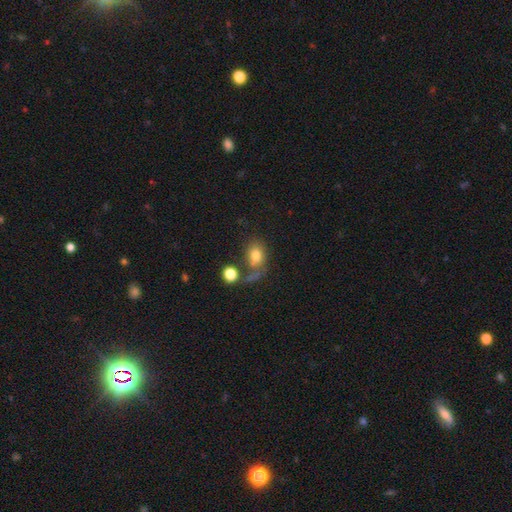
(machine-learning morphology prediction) A smooth galaxy with no disk features (76%) that is in between round and cigar-shaped (62%). Merging: none (41%).